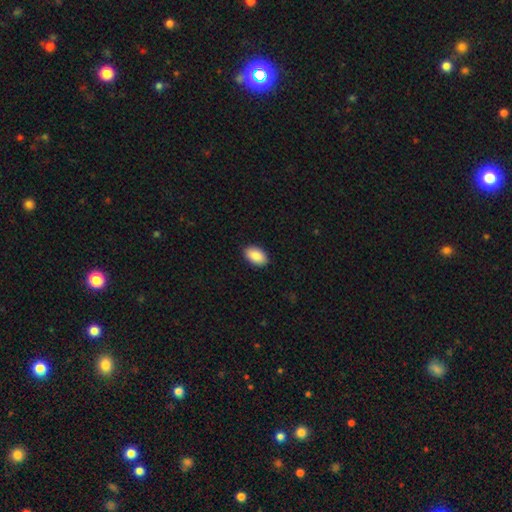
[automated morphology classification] Q: Smooth or featured?
A: smooth (90%); runner-up: star or artifact (6%)
Q: How rounded?
A: in between (94%); runner-up: round (5%)
Q: Merging?
A: none (90%); runner-up: minor disturbance (8%)